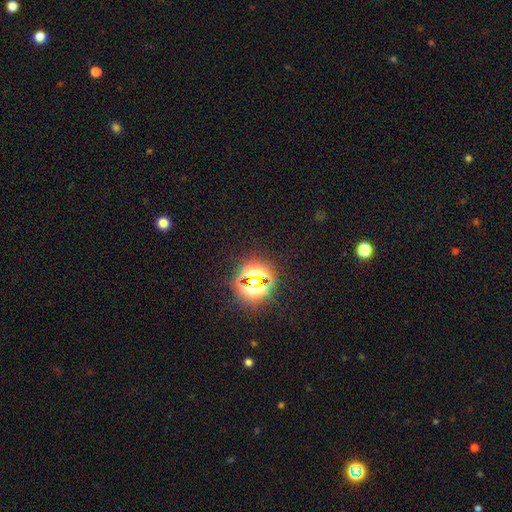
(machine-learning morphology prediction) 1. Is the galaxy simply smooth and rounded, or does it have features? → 80% star or artifact, 15% smooth, 6% featured or disk.